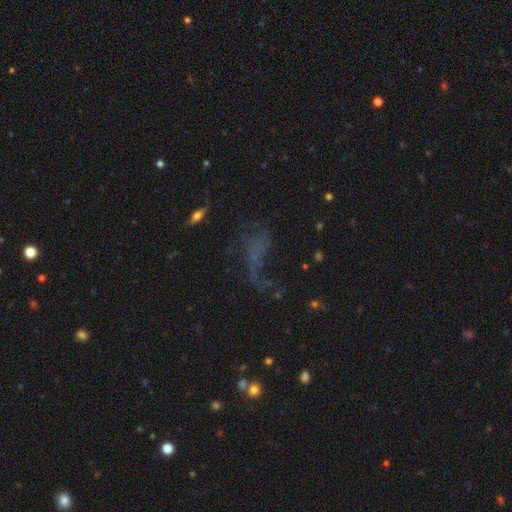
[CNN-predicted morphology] Smooth or featured? featured or disk (36%)
Merging? major disturbance (40%)